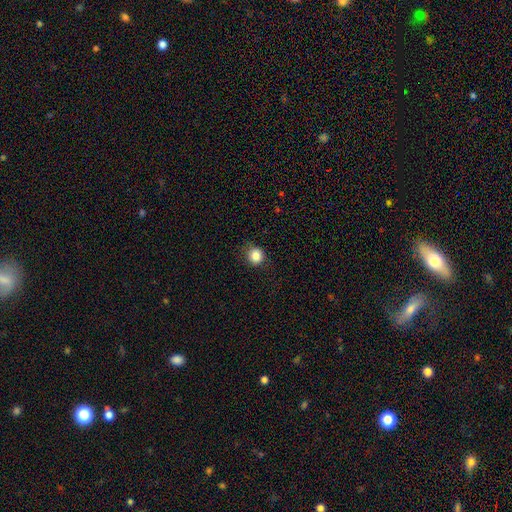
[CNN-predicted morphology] The model was most divided on "merging": none: 82%, minor disturbance: 13%, major disturbance: 4%, merger: 1%. More confident: smooth or featured — smooth (85%); how rounded — round (84%).